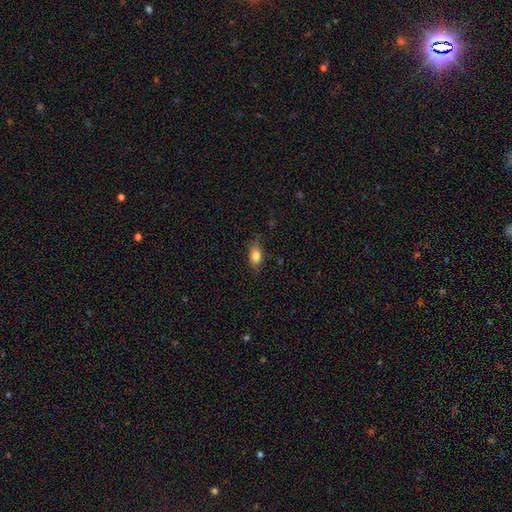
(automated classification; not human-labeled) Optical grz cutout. It shows a smooth galaxy with no disk features (83%) that is in between round and cigar-shaped (83%). Merging: none (78%).